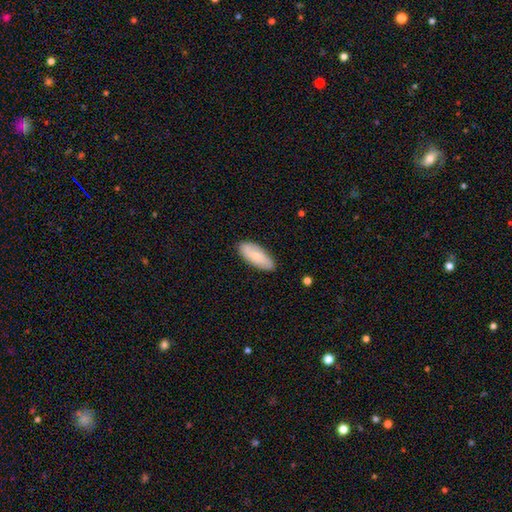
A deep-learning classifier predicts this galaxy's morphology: A smooth galaxy with no disk features (73%) that is in between round and cigar-shaped (80%). Merging: none (86%).